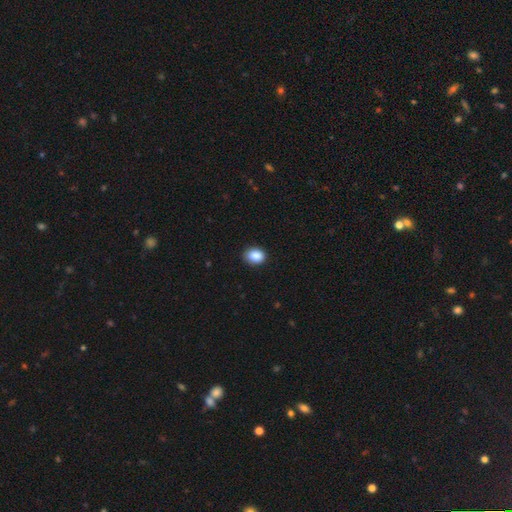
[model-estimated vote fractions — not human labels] Smooth or featured? smooth (88%)
How rounded? in between (55%)
Merging? none (86%)